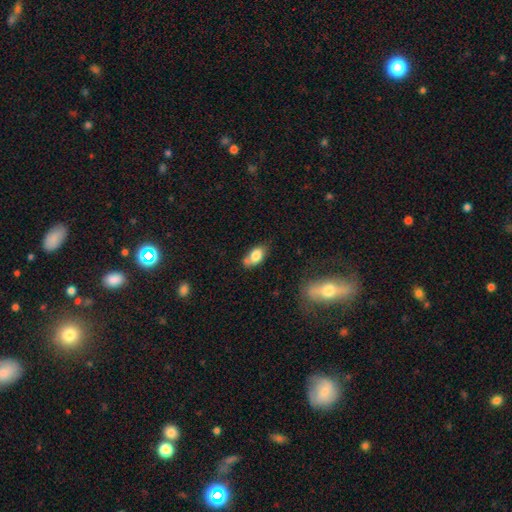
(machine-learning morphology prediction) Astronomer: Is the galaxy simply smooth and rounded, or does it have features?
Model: smooth — 80%.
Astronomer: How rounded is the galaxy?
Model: in between — 88%.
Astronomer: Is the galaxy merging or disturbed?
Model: none — 51%.